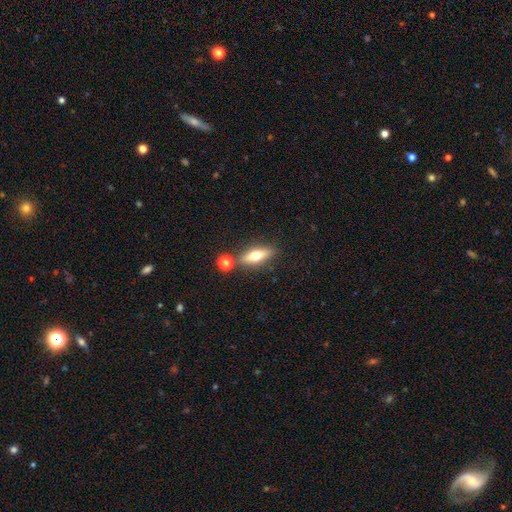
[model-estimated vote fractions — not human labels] smooth_or_featured: smooth (p=0.54) [alt: featured or disk p=0.38]
how_rounded: in between (p=0.48) [tied with: cigar-shaped p=0.48]
merging: none (p=0.75) [alt: merger p=0.11]